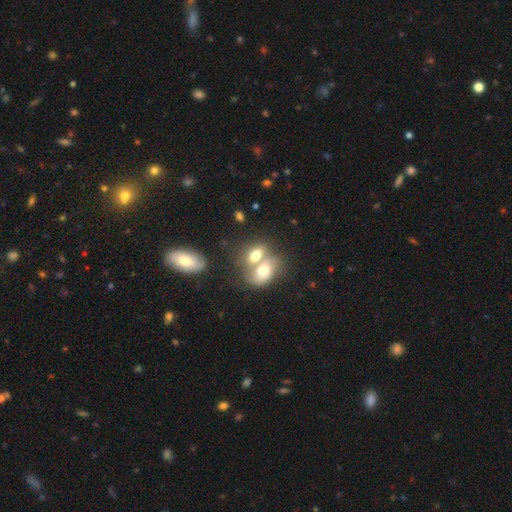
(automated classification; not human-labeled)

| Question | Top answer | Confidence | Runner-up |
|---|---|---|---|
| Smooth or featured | smooth | 68% | featured or disk (22%) |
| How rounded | in between | 73% | round (24%) |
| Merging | merger | 66% | none (23%) |